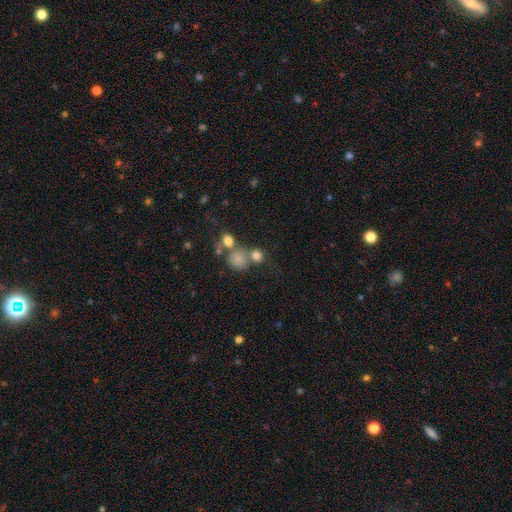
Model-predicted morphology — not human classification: Overall: smooth (73%). How rounded: round (85%). Merging: none (53%; merger 31%).